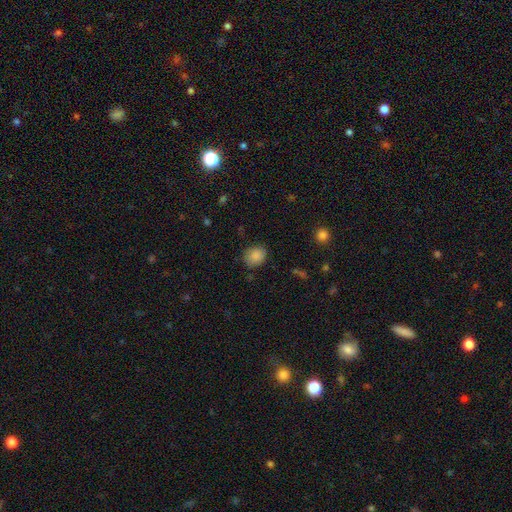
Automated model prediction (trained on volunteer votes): The model was most divided on "how rounded": round: 58%, in between: 41%, cigar-shaped: 1%. More confident: smooth or featured — smooth (87%); merging — none (78%).